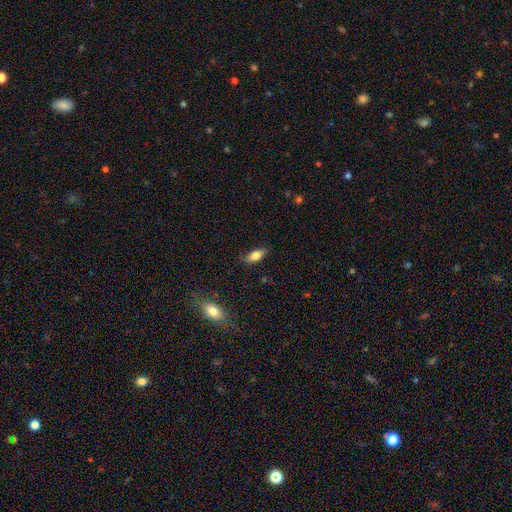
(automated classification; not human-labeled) The model was most divided on "merging": none: 73%, minor disturbance: 21%, major disturbance: 5%, merger: 1%. More confident: how rounded — in between (81%); smooth or featured — smooth (75%).